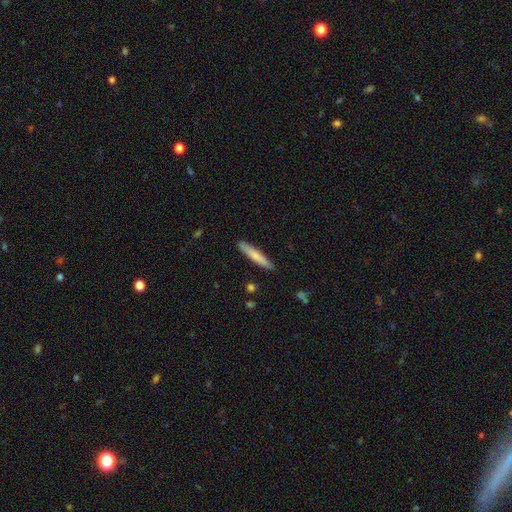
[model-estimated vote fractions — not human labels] This appears to be a smooth galaxy with no disk features (72%) that is cigar-shaped (93%). Merging: none (90%).